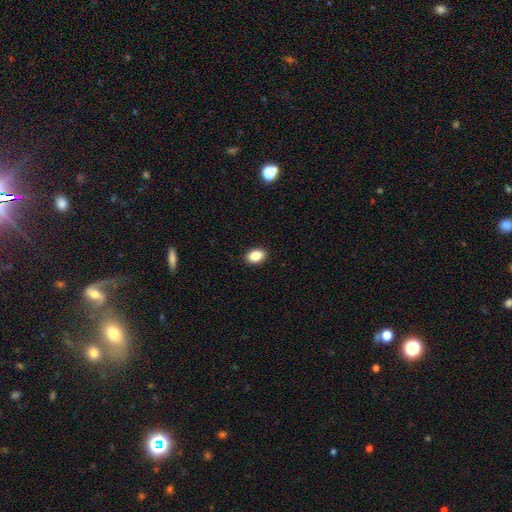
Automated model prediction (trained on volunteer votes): smooth 87%, star or artifact 8%, featured or disk 5%. Down the decision tree: how rounded — in between (84%); merging — none (91%).